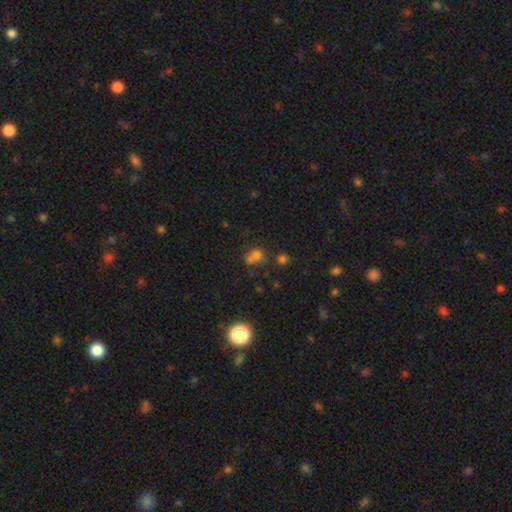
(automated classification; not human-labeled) The model was most divided on "merging": merger: 41%, none: 40%, minor disturbance: 12%, major disturbance: 7%. More confident: how rounded — round (63%); smooth or featured — smooth (59%).